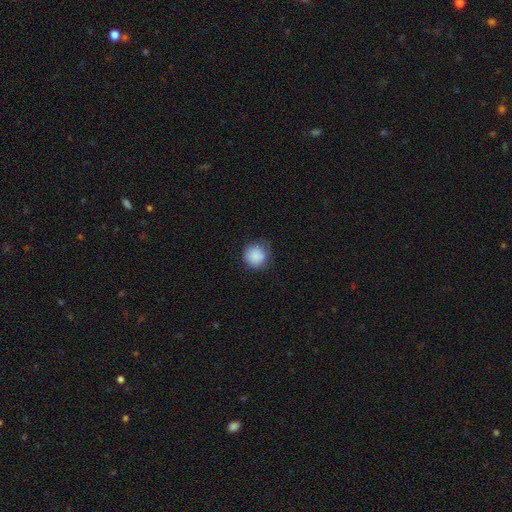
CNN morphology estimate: Smooth or featured? smooth (88%)
How rounded? round (90%)
Merging? none (73%)